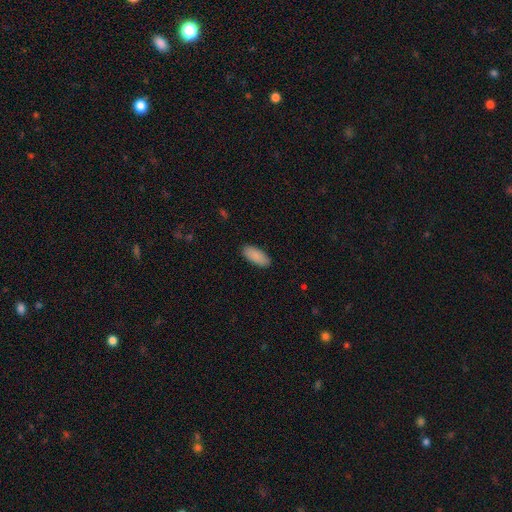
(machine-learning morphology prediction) Q: Smooth or featured?
A: smooth (90%); runner-up: star or artifact (6%)
Q: How rounded?
A: in between (86%); runner-up: cigar-shaped (12%)
Q: Merging?
A: none (89%); runner-up: minor disturbance (8%)